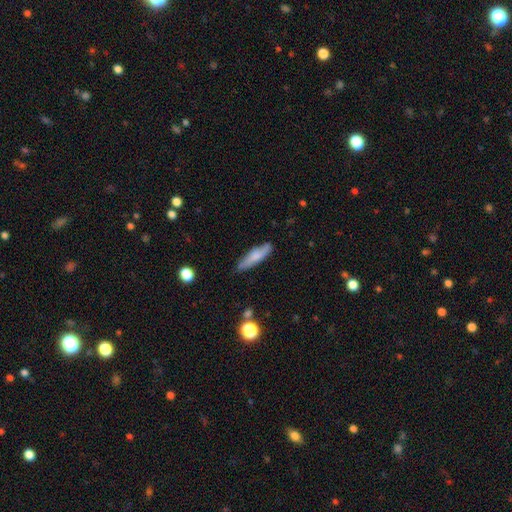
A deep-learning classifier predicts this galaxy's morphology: smooth_or_featured: smooth (p=0.65) [alt: featured or disk p=0.28]
how_rounded: cigar-shaped (p=0.71) [alt: in between p=0.27]
merging: none (p=0.78) [alt: minor disturbance p=0.17]